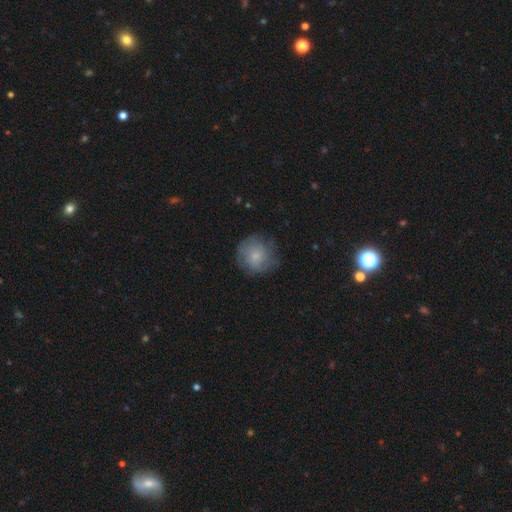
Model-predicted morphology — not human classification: smooth 66%, featured or disk 26%, star or artifact 8%. Down the decision tree: how rounded — round (89%); merging — none (69%).